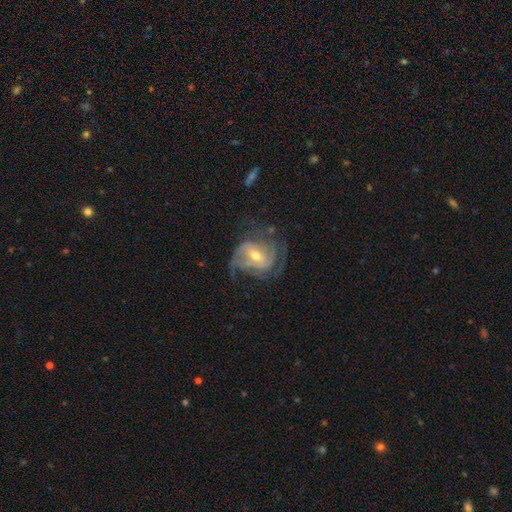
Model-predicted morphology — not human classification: smooth_or_featured: featured or disk (p=0.86) [alt: smooth p=0.09]
disk_edge_on: no (p=0.97) [alt: yes p=0.03]
bar: weak (p=0.46) [alt: no p=0.35]
has_spiral_arms: yes (p=0.94) [alt: no p=0.06]
spiral_winding: medium (p=0.42) [alt: tight p=0.40]
spiral_arm_count: 3 (p=0.30) [alt: 2 p=0.29]
bulge_size: moderate (p=0.58) [alt: small p=0.37]
merging: none (p=0.57) [alt: minor disturbance p=0.21]